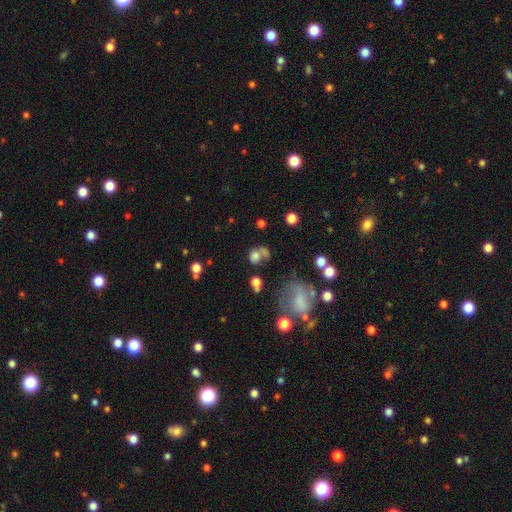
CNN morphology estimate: smooth 71%, star or artifact 17%, featured or disk 12%. Down the decision tree: how rounded — round (70%); merging — none (44%).